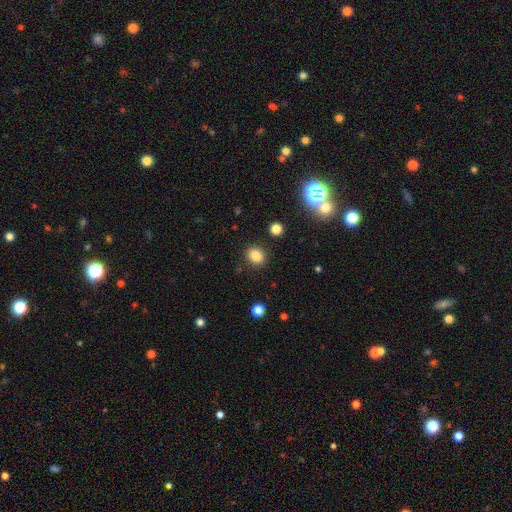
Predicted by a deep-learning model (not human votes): smooth_or_featured: smooth (p=0.84) [alt: star or artifact p=0.11]
how_rounded: in between (p=0.52) [alt: round p=0.47]
merging: none (p=0.87) [alt: minor disturbance p=0.08]